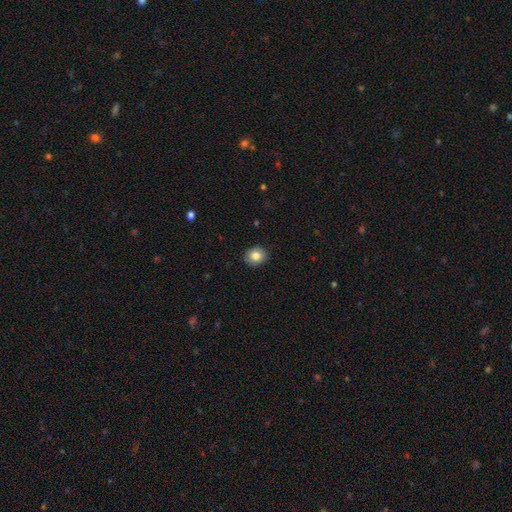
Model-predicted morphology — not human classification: A smooth galaxy with no disk features (83%) that is round (66%). Merging: none (90%).